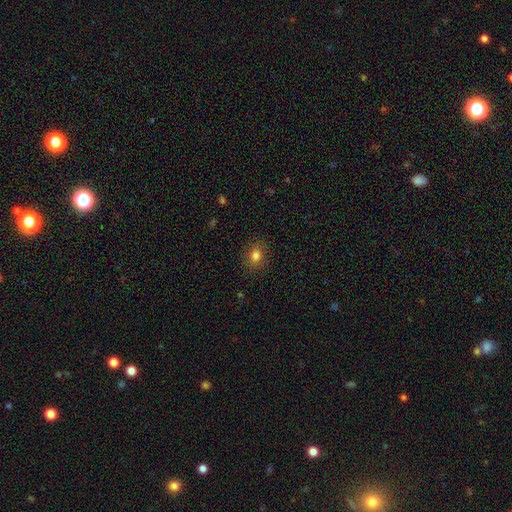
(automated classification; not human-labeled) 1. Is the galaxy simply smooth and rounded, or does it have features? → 80% smooth, 13% star or artifact, 7% featured or disk.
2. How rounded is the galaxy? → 63% round, 36% in between, 1% cigar-shaped.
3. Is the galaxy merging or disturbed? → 88% none, 9% minor disturbance, 3% major disturbance, 1% merger.